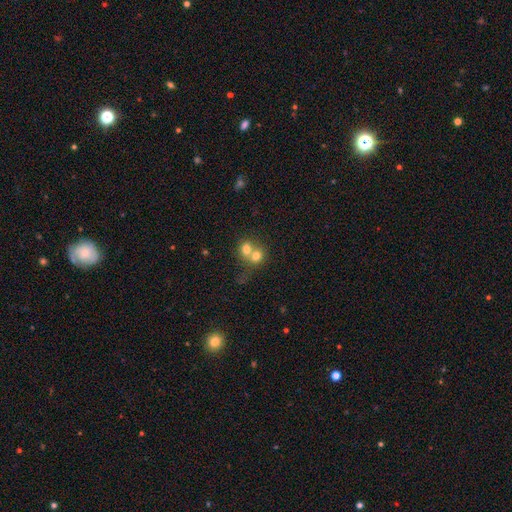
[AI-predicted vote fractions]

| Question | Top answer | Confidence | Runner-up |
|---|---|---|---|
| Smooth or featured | smooth | 71% | featured or disk (18%) |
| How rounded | round | 70% | in between (29%) |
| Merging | merger | 71% | none (22%) |